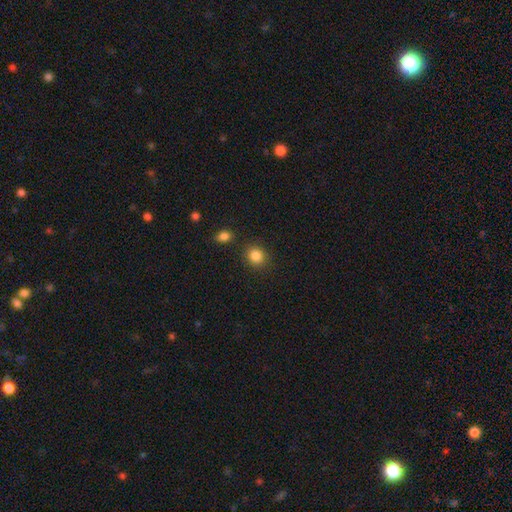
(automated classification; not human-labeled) Q: Smooth or featured?
A: smooth (85%); runner-up: star or artifact (10%)
Q: How rounded?
A: round (79%); runner-up: in between (21%)
Q: Merging?
A: none (86%); runner-up: minor disturbance (8%)